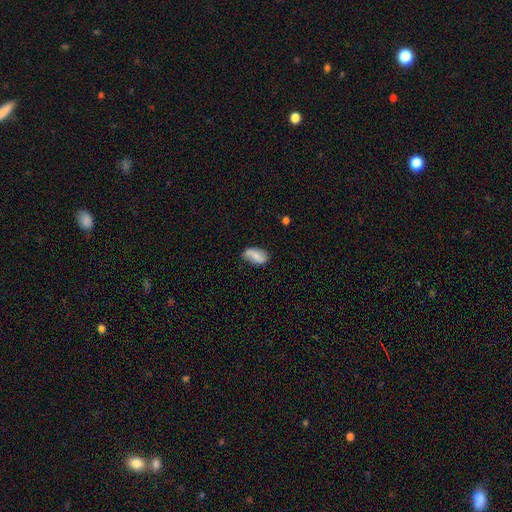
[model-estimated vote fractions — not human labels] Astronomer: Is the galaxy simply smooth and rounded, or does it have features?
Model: smooth — 61%.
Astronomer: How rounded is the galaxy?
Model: in between — 90%.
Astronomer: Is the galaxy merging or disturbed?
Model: none — 57%.